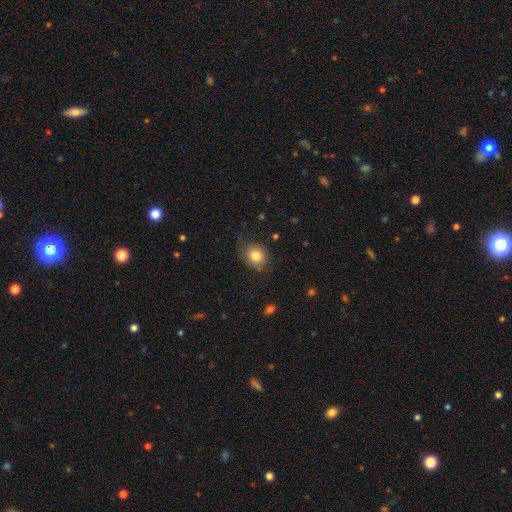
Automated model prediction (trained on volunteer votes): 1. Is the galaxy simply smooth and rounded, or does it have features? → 82% smooth, 10% star or artifact, 8% featured or disk.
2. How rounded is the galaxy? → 70% round, 29% in between, 1% cigar-shaped.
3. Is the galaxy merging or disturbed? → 80% none, 15% minor disturbance, 4% major disturbance, 2% merger.